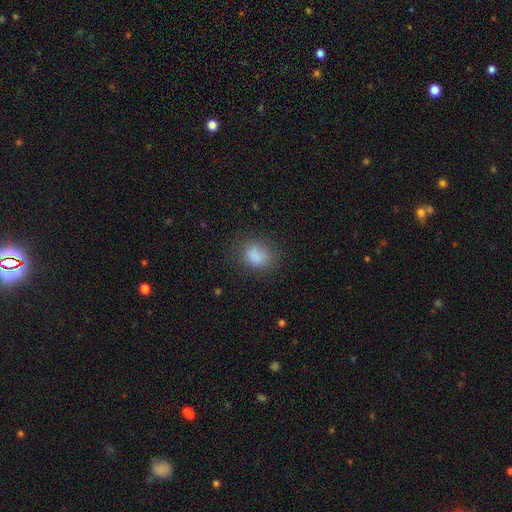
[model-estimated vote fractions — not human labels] smooth 80%, star or artifact 12%, featured or disk 9%. Down the decision tree: how rounded — in between (52%); merging — none (63%).